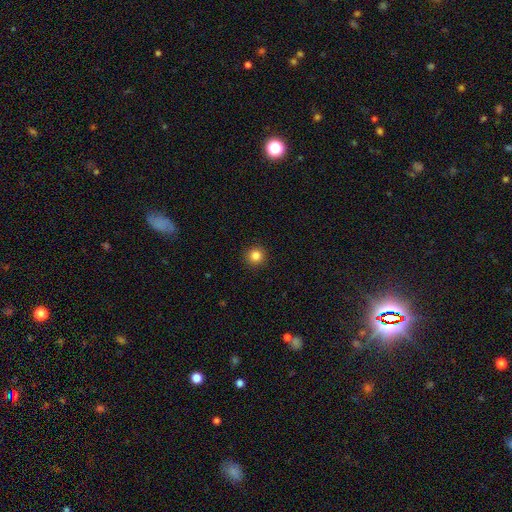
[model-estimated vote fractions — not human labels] Smooth or featured? Predicted: smooth (p=0.84). How rounded? Predicted: round (p=0.95). Merging? Predicted: none (p=0.93).